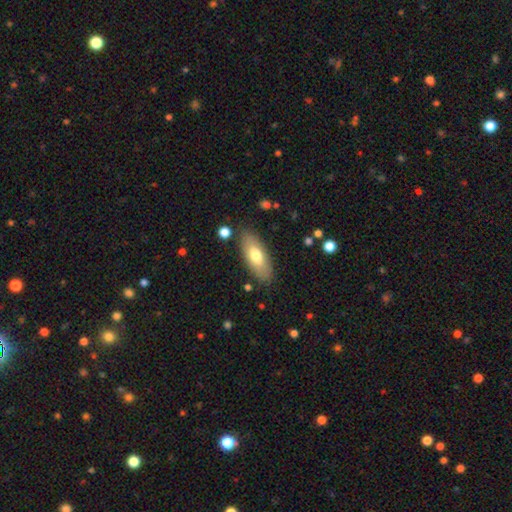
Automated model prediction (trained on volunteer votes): Q: Smooth or featured?
A: smooth (68%); runner-up: featured or disk (26%)
Q: How rounded?
A: in between (80%); runner-up: cigar-shaped (18%)
Q: Merging?
A: none (83%); runner-up: minor disturbance (12%)